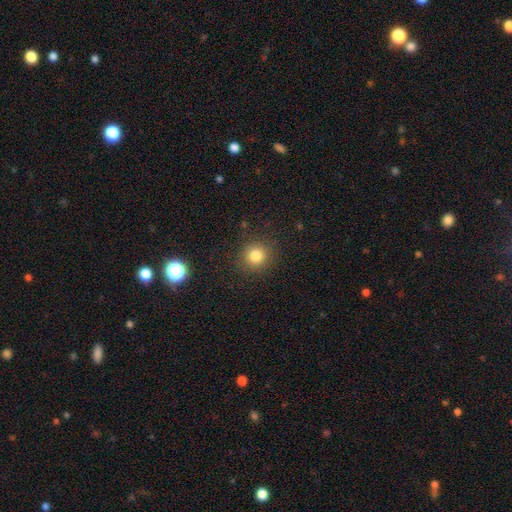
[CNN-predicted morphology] A smooth galaxy with no disk features (81%) that is round (90%). Merging: none (89%).